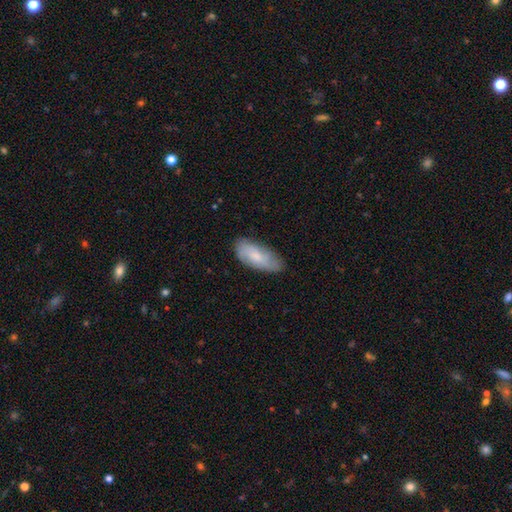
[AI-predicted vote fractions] smooth_or_featured: smooth (p=0.69) [alt: featured or disk p=0.25]
how_rounded: in between (p=0.84) [alt: cigar-shaped p=0.14]
merging: none (p=0.73) [alt: minor disturbance p=0.21]